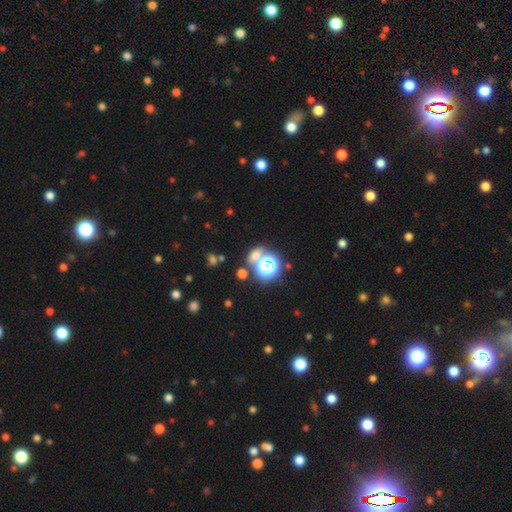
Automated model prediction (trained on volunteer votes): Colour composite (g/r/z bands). It shows a smooth galaxy with no disk features (46%). Merging: none (62%).